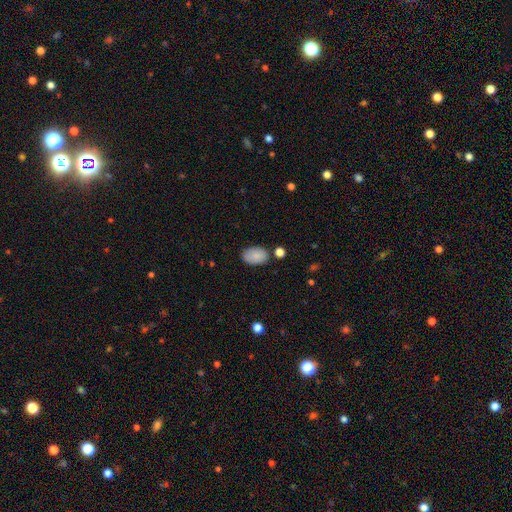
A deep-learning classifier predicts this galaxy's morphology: This is clearly a smooth galaxy (87%). How rounded: clearly in between (90%). Merging: likely none (80%).